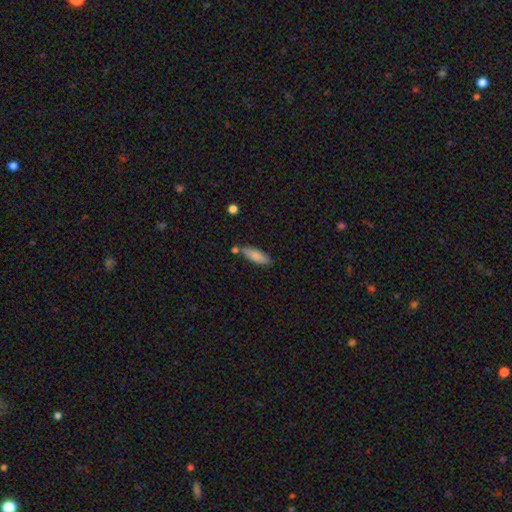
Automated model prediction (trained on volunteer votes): smooth 83%, featured or disk 10%, star or artifact 7%. Down the decision tree: how rounded — cigar-shaped (52%); merging — none (70%).